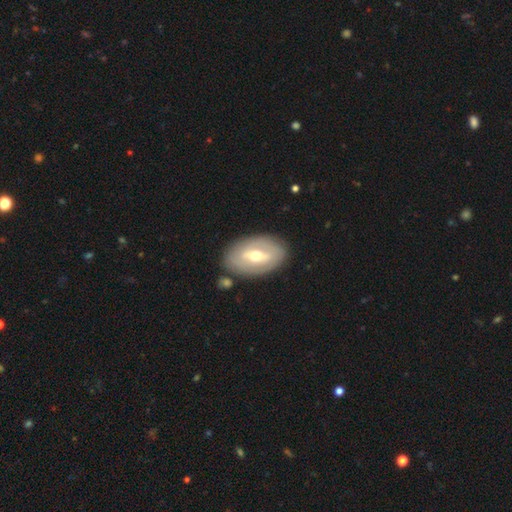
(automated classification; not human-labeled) The model was most divided on "bar": weak: 42%, strong: 37%, no: 21%. More confident: edge-on disk — no (89%); merging — none (82%); bulge size — moderate (70%); spiral arms — no (66%); smooth or featured — featured or disk (61%).